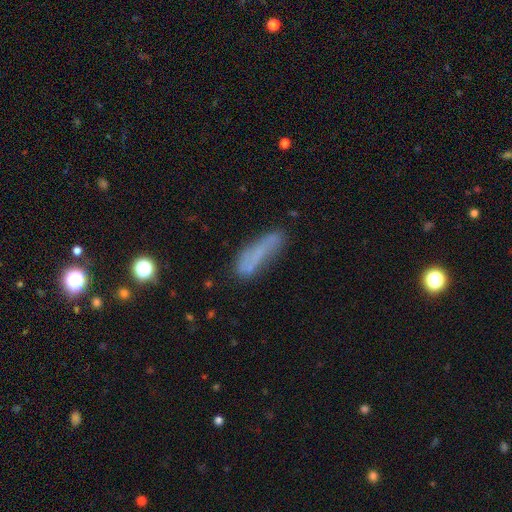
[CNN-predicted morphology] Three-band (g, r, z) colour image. It shows a smooth galaxy with no disk features (62%) that is cigar-shaped (69%). Merging: none (56%).